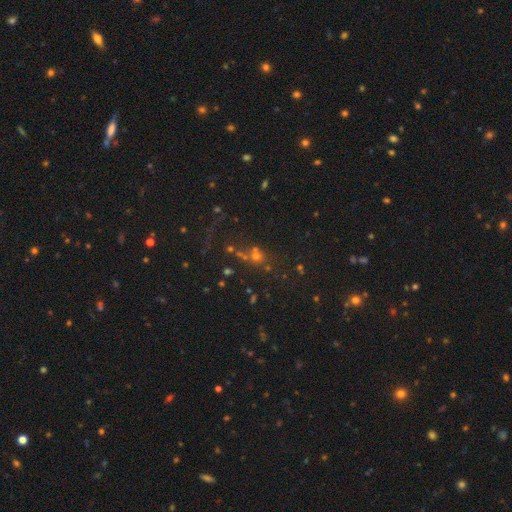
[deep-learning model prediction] Smooth or featured: star or artifact — 46% (smooth — 36%)